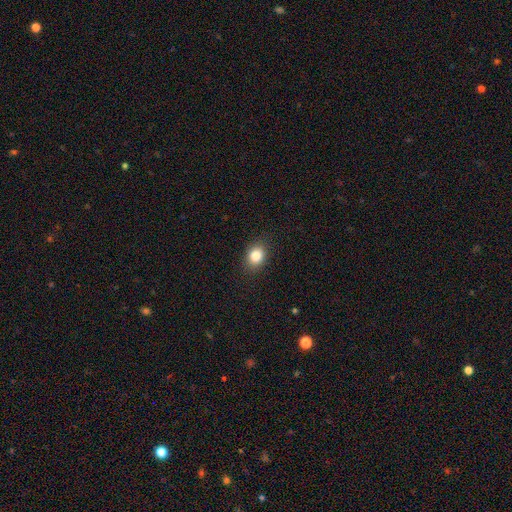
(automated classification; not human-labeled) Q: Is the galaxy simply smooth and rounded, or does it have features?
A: smooth — 84%.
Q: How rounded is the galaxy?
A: in between — 56%.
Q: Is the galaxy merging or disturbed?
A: none — 88%.